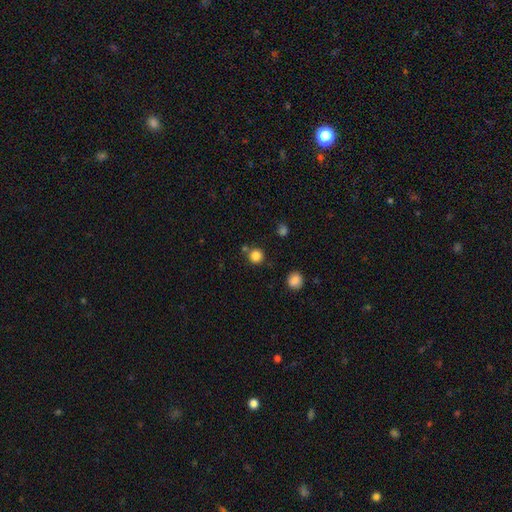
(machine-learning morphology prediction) Smooth or featured? smooth (84%)
How rounded? round (93%)
Merging? none (78%)